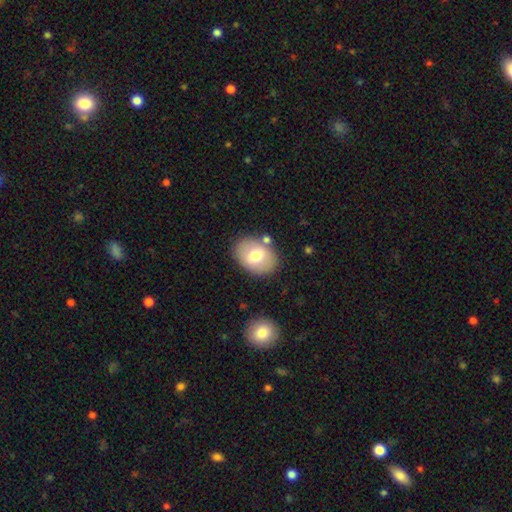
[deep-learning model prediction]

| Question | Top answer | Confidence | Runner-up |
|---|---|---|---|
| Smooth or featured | smooth | 65% | featured or disk (28%) |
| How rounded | in between | 70% | round (29%) |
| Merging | none | 79% | minor disturbance (12%) |